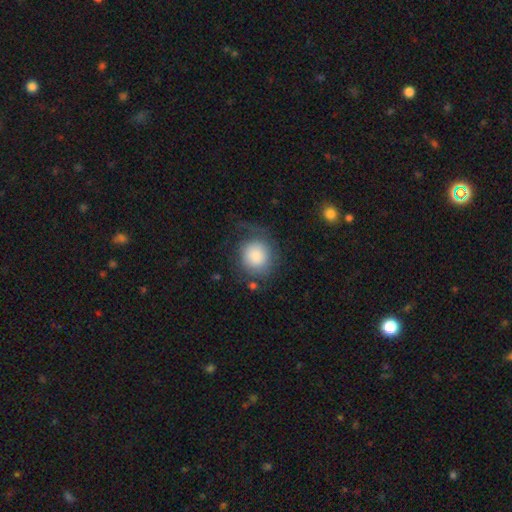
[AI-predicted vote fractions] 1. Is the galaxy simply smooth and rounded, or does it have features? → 74% smooth, 19% featured or disk, 7% star or artifact.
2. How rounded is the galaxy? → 85% round, 14% in between, 1% cigar-shaped.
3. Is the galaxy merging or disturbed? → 50% none, 24% major disturbance, 22% minor disturbance, 3% merger.